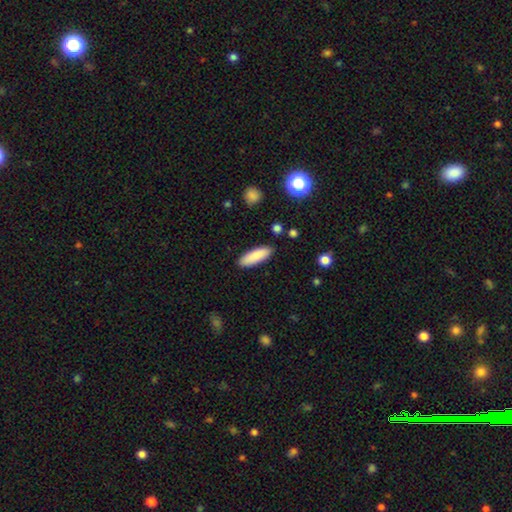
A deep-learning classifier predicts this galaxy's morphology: smooth-or-featured: smooth: 87% | featured or disk: 7% | star or artifact: 6%
  how-rounded: in between: 54% | cigar-shaped: 44% | round: 2%
  merging: none: 88% | minor disturbance: 8% | major disturbance: 2% | merger: 1%